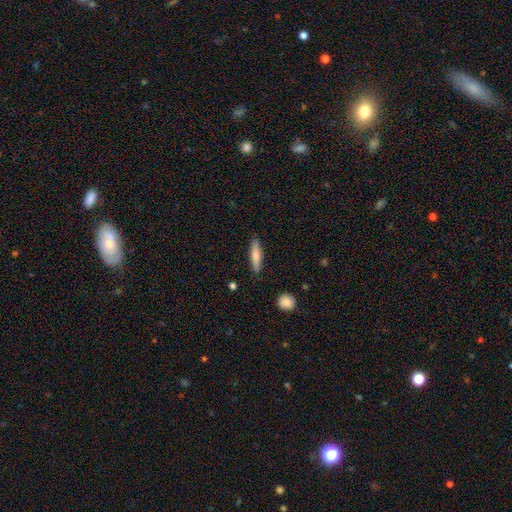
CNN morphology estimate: Smooth or featured: smooth — 70% (featured or disk — 24%)
How rounded: cigar-shaped — 79% (in between — 19%)
Merging: none — 87% (minor disturbance — 9%)